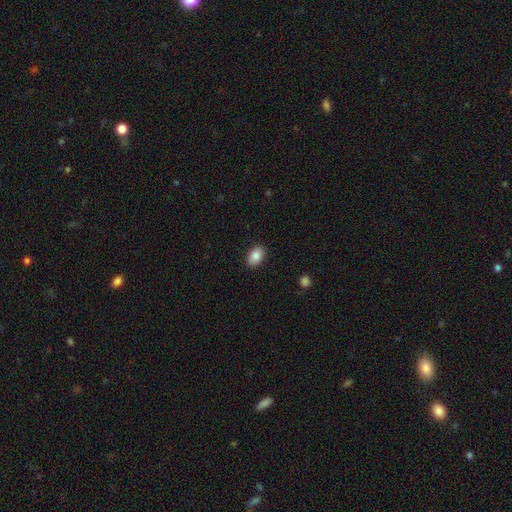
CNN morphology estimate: Smooth or featured? Predicted: smooth (p=0.85). How rounded? Predicted: in between (p=0.88). Merging? Predicted: none (p=0.89).